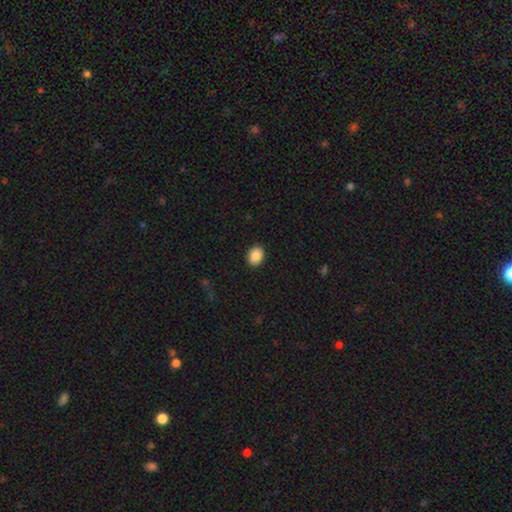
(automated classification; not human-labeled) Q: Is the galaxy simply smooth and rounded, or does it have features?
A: smooth — 89%.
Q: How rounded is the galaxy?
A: in between — 59%.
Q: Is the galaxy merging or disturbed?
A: none — 90%.